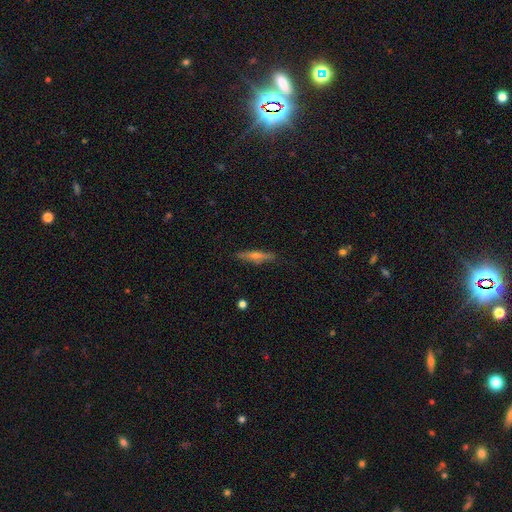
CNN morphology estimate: Smooth or featured? featured or disk (59%)
Edge-on disk? yes (93%)
Edge-on bulge? rounded (89%)
Merging? none (86%)